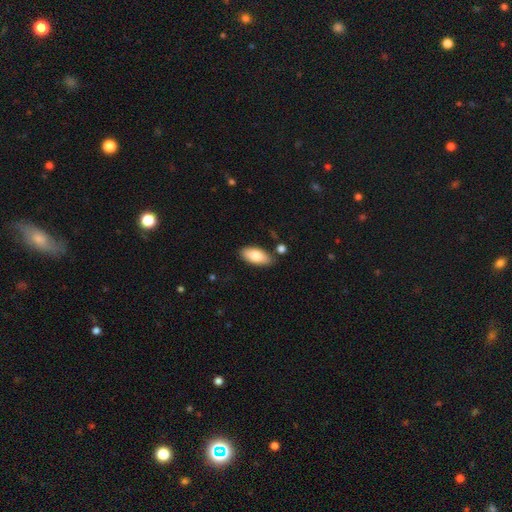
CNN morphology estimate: Smooth or featured?
  - smooth: 81% *
  - featured or disk: 13%
  - star or artifact: 6%
How rounded?
  - in between: 90% *
  - cigar-shaped: 8%
  - round: 2%
Merging?
  - none: 82% *
  - minor disturbance: 12%
  - merger: 4%
  - major disturbance: 2%